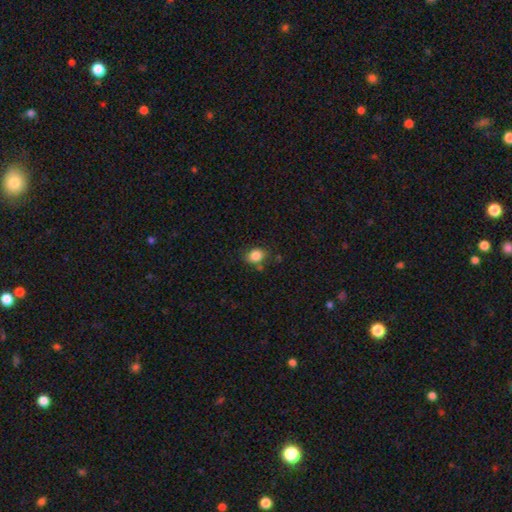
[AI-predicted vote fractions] Smooth or featured? Predicted: smooth (p=0.85). How rounded? Predicted: in between (p=0.60). Merging? Predicted: none (p=0.74).